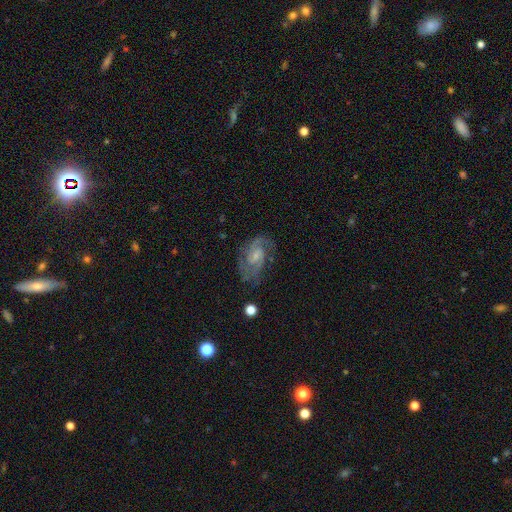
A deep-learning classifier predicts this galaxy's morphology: A featured or disk galaxy (83%) with a weak bar (47%), 2 (69%) medium (51%) spiral arms (95%) and a small central bulge (59%). Merging: none (67%).